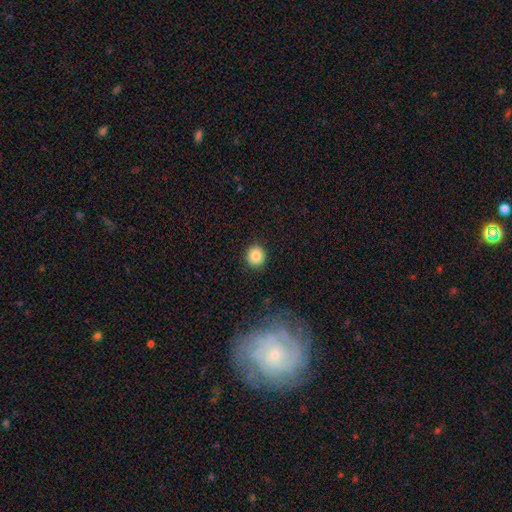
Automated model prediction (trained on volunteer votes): Q: Smooth or featured?
A: smooth (85%); runner-up: star or artifact (10%)
Q: How rounded?
A: round (87%); runner-up: in between (12%)
Q: Merging?
A: none (90%); runner-up: minor disturbance (6%)